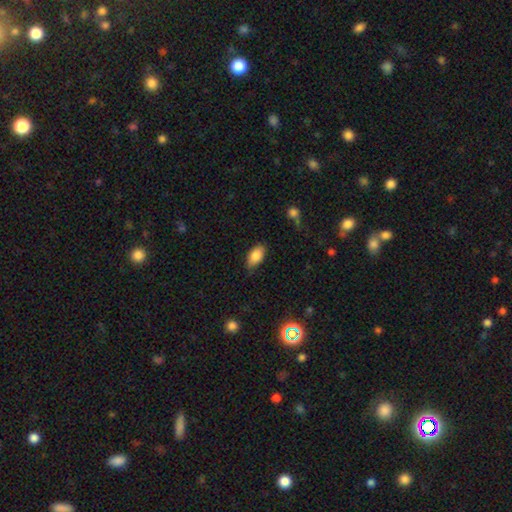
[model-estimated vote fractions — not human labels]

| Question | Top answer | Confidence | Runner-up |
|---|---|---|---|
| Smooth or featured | smooth | 84% | featured or disk (8%) |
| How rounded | in between | 92% | round (5%) |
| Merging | none | 70% | minor disturbance (24%) |